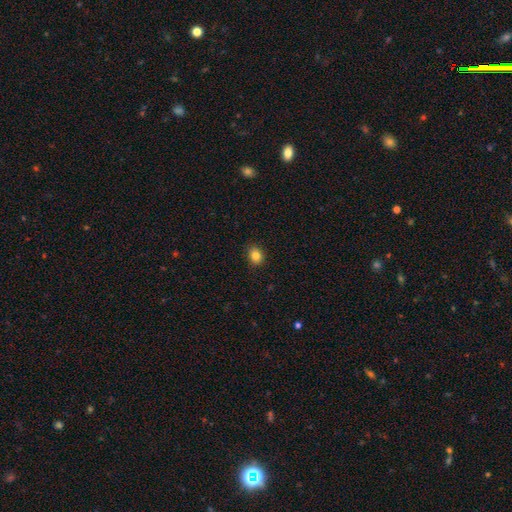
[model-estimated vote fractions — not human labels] Smooth or featured?
  - smooth: 83% *
  - star or artifact: 11%
  - featured or disk: 6%
How rounded?
  - round: 58% *
  - in between: 41%
  - cigar-shaped: 1%
Merging?
  - none: 89% *
  - minor disturbance: 8%
  - major disturbance: 2%
  - merger: 1%